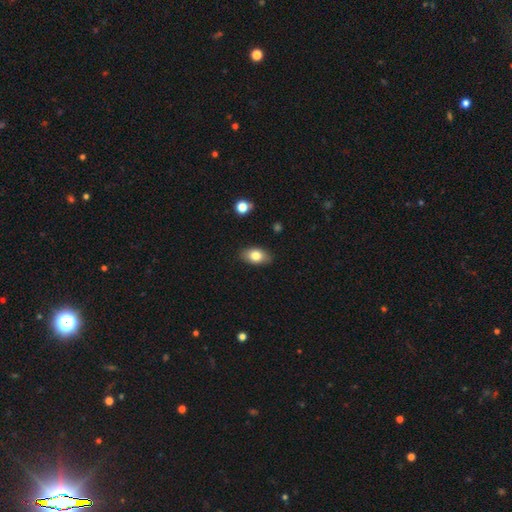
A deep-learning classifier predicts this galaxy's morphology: Smooth or featured: smooth — 80% (featured or disk — 12%)
How rounded: in between — 89% (round — 9%)
Merging: none — 86% (minor disturbance — 11%)